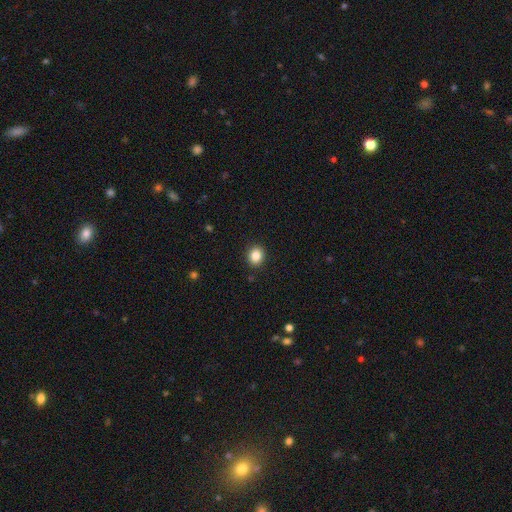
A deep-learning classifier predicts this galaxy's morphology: The model was most divided on "how rounded": round: 71%, in between: 29%, cigar-shaped: 1%. More confident: merging — none (91%); smooth or featured — smooth (85%).